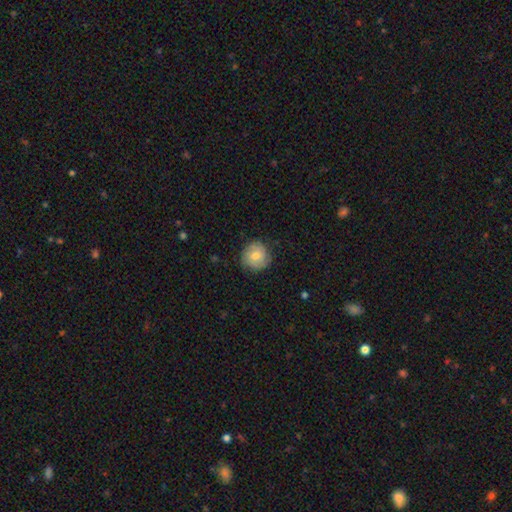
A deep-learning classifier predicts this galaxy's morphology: smooth_or_featured: smooth (p=0.65) [alt: featured or disk p=0.28]
how_rounded: round (p=0.92) [alt: in between p=0.07]
merging: none (p=0.82) [alt: minor disturbance p=0.14]